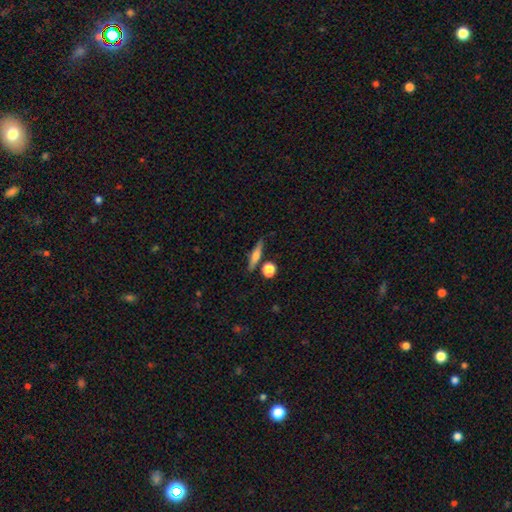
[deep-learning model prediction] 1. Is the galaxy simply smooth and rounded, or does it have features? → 53% smooth, 39% featured or disk, 8% star or artifact.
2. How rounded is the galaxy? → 76% cigar-shaped, 17% in between, 7% round.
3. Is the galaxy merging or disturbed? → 80% none, 10% minor disturbance, 7% merger, 3% major disturbance.